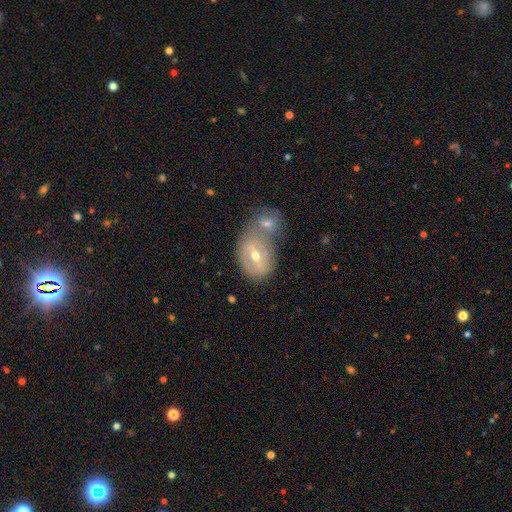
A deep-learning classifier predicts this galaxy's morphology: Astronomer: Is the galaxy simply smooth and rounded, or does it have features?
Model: featured or disk — 54% (runner-up: smooth, 37%).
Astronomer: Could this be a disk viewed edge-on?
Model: no — 93%.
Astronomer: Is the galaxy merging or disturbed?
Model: merger — 54% (runner-up: none, 30%).